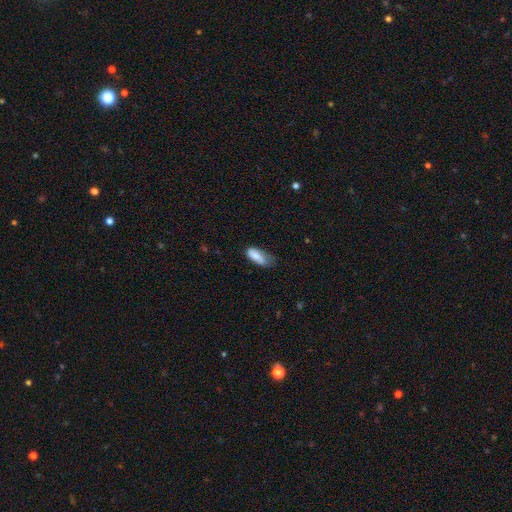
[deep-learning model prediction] smooth-or-featured: smooth: 80% | featured or disk: 14% | star or artifact: 7%
  how-rounded: in between: 81% | cigar-shaped: 17% | round: 2%
  merging: minor disturbance: 42% | none: 38% | major disturbance: 18% | merger: 2%